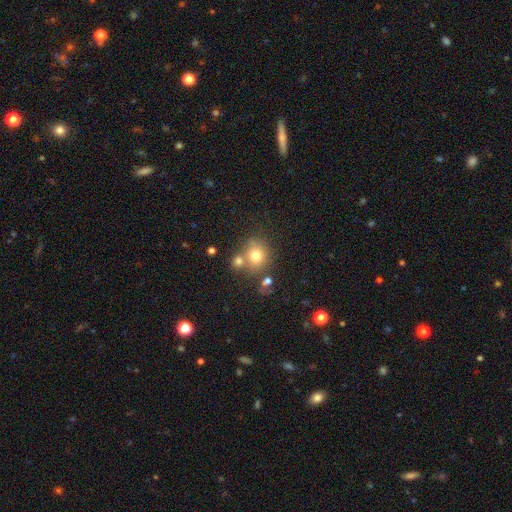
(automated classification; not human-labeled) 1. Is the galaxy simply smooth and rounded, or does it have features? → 75% smooth, 13% star or artifact, 13% featured or disk.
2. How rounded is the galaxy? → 75% round, 24% in between, 1% cigar-shaped.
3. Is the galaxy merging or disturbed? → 55% none, 27% merger, 12% minor disturbance, 5% major disturbance.